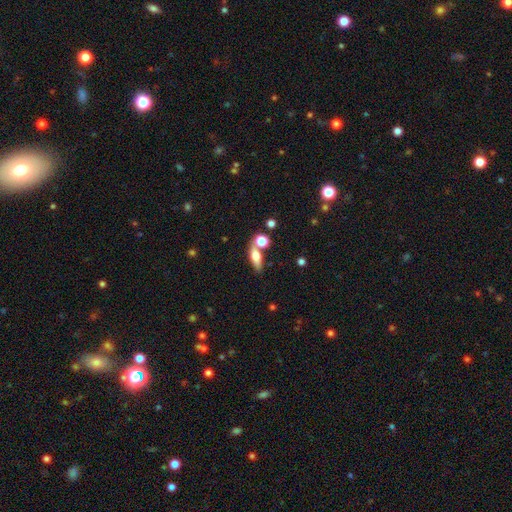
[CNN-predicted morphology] A smooth galaxy with no disk features (61%) that is in between round and cigar-shaped (58%).

Vote fractions:
- Smooth or featured? smooth: 61% / featured or disk: 30% / star or artifact: 10%
- How rounded? in between: 58% / cigar-shaped: 32% / round: 10%
- Merging? none: 59% / merger: 22% / minor disturbance: 13% / major disturbance: 5%